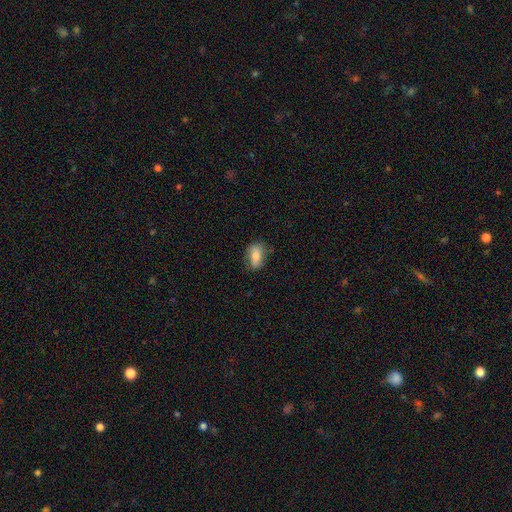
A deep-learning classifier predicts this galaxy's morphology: smooth 77%, featured or disk 16%, star or artifact 8%. Down the decision tree: how rounded — in between (85%); merging — none (72%).